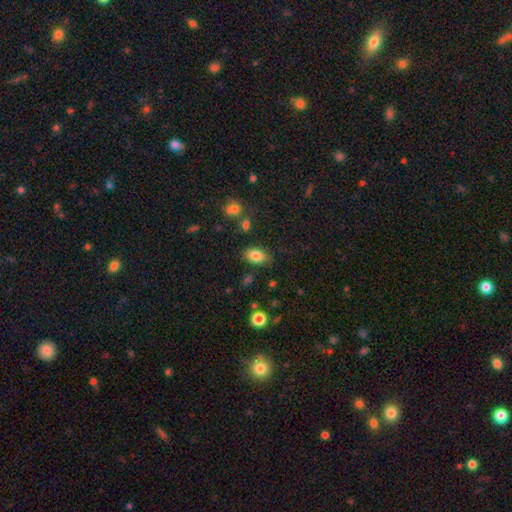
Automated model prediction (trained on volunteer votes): smooth 83%, star or artifact 9%, featured or disk 8%. Down the decision tree: how rounded — in between (88%); merging — none (79%).